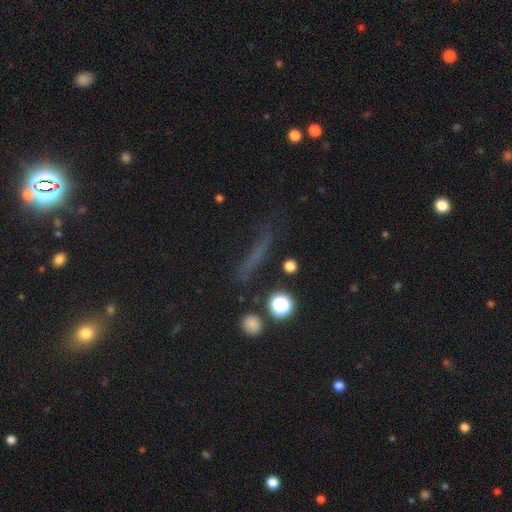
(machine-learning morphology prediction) Smooth or featured?
  - smooth: 40% *
  - star or artifact: 37%
  - featured or disk: 23%
Merging?
  - none: 70% *
  - minor disturbance: 15%
  - major disturbance: 9%
  - merger: 6%